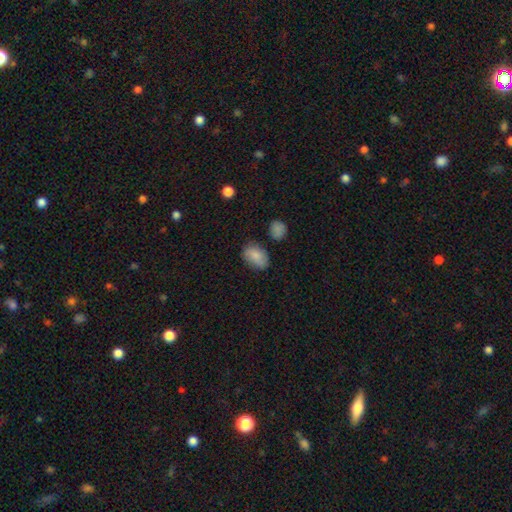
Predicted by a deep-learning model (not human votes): Overall: smooth (84%). How rounded: in between (86%). Merging: none (73%).